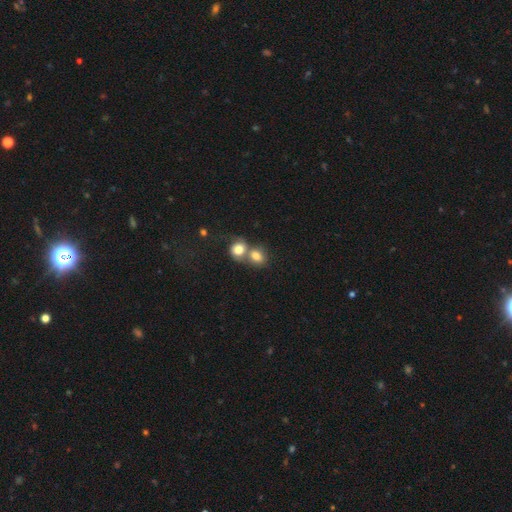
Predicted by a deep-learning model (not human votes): smooth_or_featured: smooth (p=0.77) [alt: featured or disk p=0.13]
how_rounded: round (p=0.61) [alt: in between p=0.38]
merging: merger (p=0.65) [alt: none p=0.24]